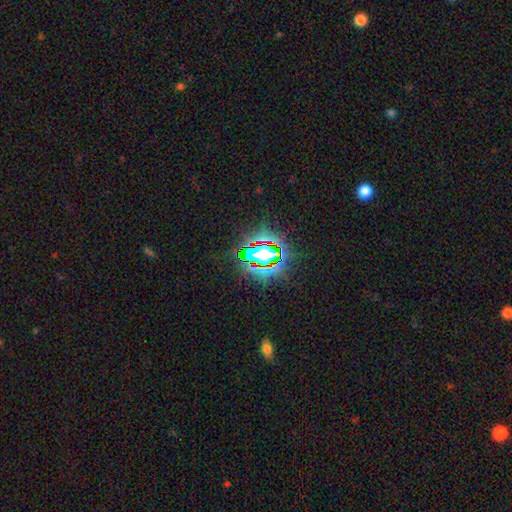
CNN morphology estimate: Overall: star or artifact (81%).